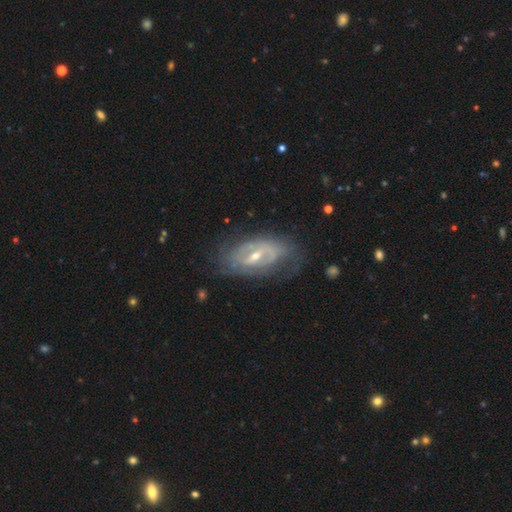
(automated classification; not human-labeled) smooth_or_featured: featured or disk (p=0.79) [alt: smooth p=0.14]
disk_edge_on: no (p=0.91) [alt: yes p=0.09]
bar: weak (p=0.45) [alt: strong p=0.32]
has_spiral_arms: yes (p=0.78) [alt: no p=0.22]
spiral_winding: tight (p=0.51) [alt: medium p=0.34]
spiral_arm_count: 2 (p=0.46) [alt: can't tell p=0.38]
bulge_size: small (p=0.49) [alt: moderate p=0.48]
merging: none (p=0.67) [alt: minor disturbance p=0.21]